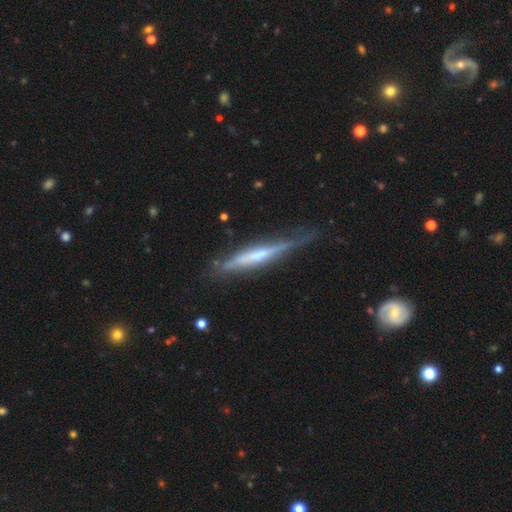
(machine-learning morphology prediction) smooth-or-featured: featured or disk: 64% | smooth: 31% | star or artifact: 6%
  disk-edge-on: yes: 94% | no: 6%
    edge-on-bulge: none: 55% | rounded: 29% | boxy: 16%
  merging: none: 65% | minor disturbance: 26% | major disturbance: 6% | merger: 2%